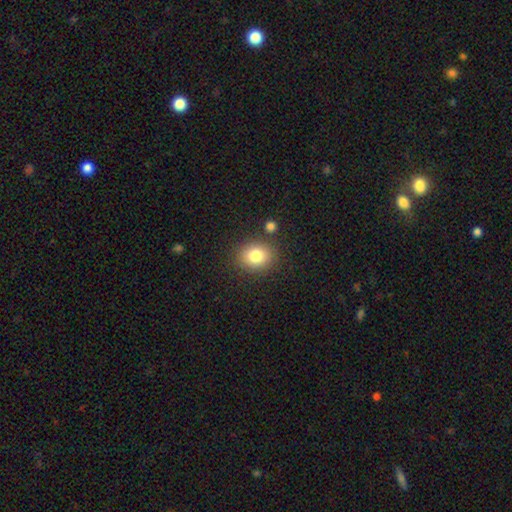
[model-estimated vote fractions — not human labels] This is clearly a smooth galaxy (82%). How rounded: possibly round (57%). Merging: clearly none (83%).